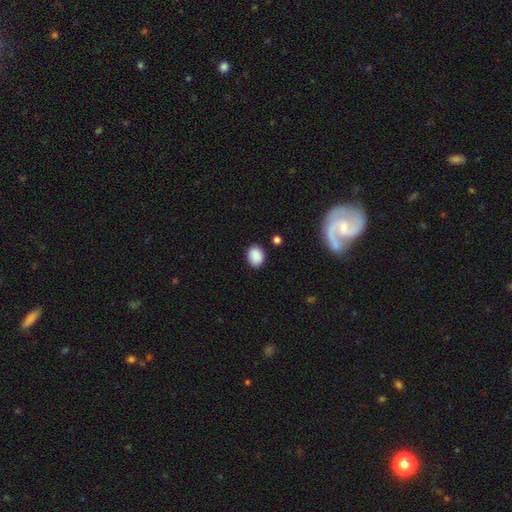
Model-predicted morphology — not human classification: A smooth galaxy with no disk features (88%) that is in between round and cigar-shaped (51%).

Vote fractions:
- Smooth or featured? smooth: 88% / star or artifact: 8% / featured or disk: 3%
- How rounded? in between: 51% / round: 48% / cigar-shaped: 1%
- Merging? none: 86% / minor disturbance: 10% / major disturbance: 2% / merger: 2%